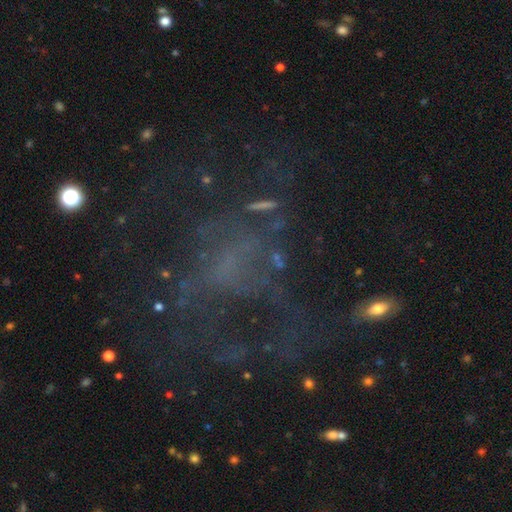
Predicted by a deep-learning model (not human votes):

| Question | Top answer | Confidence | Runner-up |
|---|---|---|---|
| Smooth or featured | featured or disk | 55% | star or artifact (28%) |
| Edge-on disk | no | 97% | yes (3%) |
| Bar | no | 76% | weak (19%) |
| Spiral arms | no | 69% | yes (31%) |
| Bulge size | none | 63% | small (23%) |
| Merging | none | 41% | major disturbance (39%) |